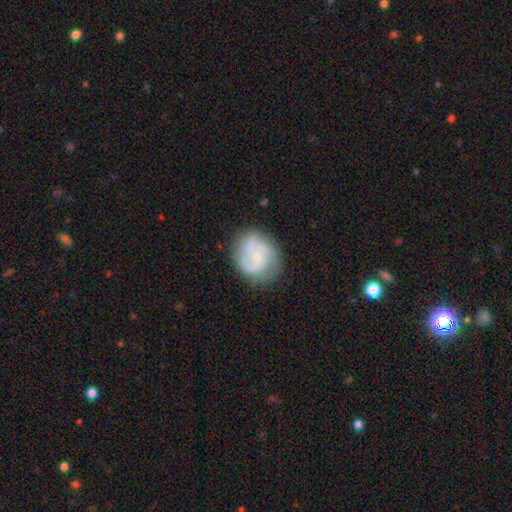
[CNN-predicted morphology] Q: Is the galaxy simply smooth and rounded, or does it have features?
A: featured or disk — 72%.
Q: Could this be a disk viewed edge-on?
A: no — 98%.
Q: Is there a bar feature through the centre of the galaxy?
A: no — 68%.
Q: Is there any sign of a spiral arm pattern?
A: yes — 92%.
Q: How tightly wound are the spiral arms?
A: medium — 45%.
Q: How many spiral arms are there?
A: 2 — 53%.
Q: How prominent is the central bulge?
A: small — 69%.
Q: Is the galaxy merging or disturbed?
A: none — 74%.